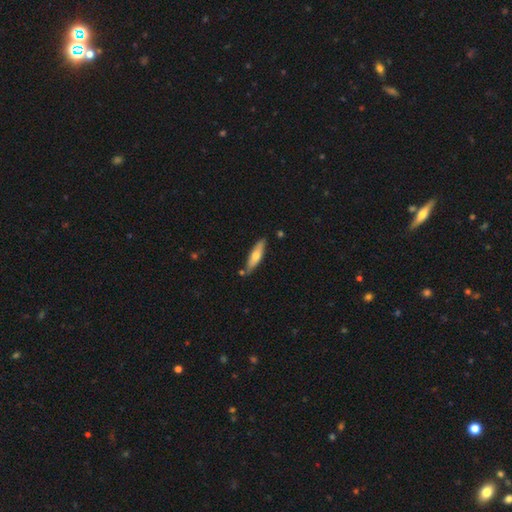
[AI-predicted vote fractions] Q: Smooth or featured?
A: smooth (60%); runner-up: featured or disk (34%)
Q: How rounded?
A: cigar-shaped (73%); runner-up: in between (26%)
Q: Merging?
A: none (78%); runner-up: minor disturbance (14%)